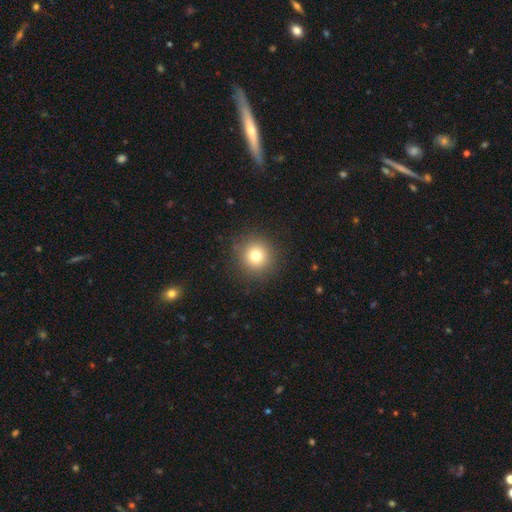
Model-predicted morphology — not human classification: Overall: smooth (78%). How rounded: round (95%). Merging: none (90%).